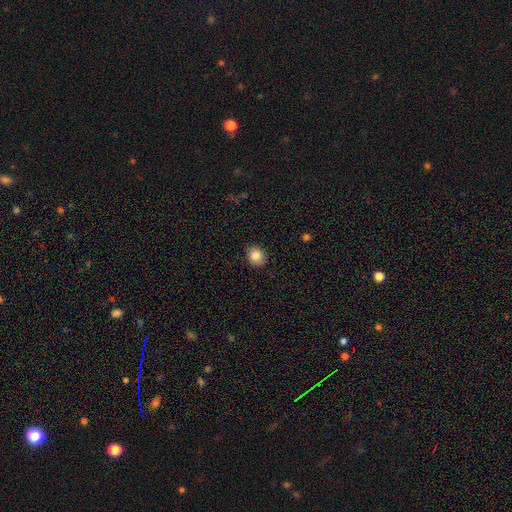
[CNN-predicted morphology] type=smooth (84%); roundness=round (79%); merging=none (90%).